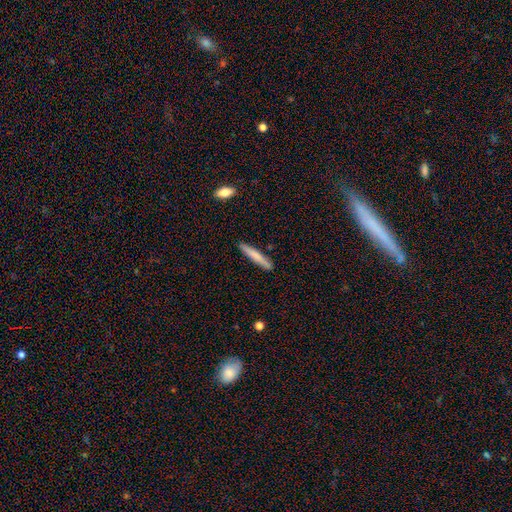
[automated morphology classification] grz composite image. It shows a smooth galaxy with no disk features (74%) that is cigar-shaped (95%). Merging: none (88%).